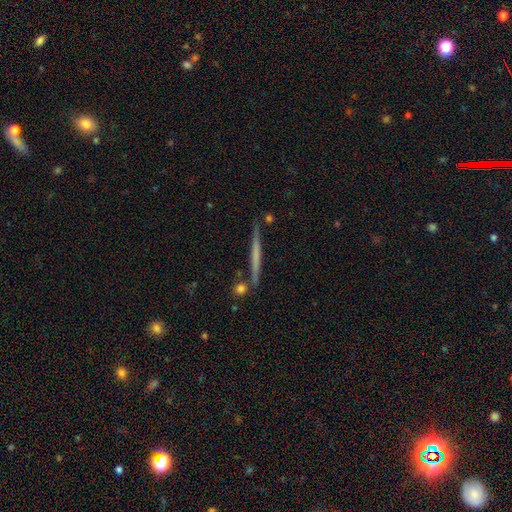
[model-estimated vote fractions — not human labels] Smooth or featured?
  - featured or disk: 55% *
  - smooth: 39%
  - star or artifact: 6%
Edge-on disk?
  - yes: 97% *
  - no: 3%
Edge-on bulge?
  - none: 80% *
  - rounded: 13%
  - boxy: 7%
Merging?
  - none: 86% *
  - minor disturbance: 8%
  - merger: 4%
  - major disturbance: 2%